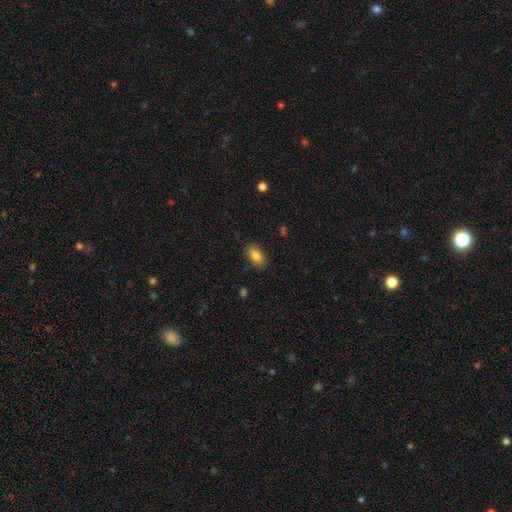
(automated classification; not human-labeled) This appears to be a smooth galaxy with no disk features (81%) that is in between round and cigar-shaped (91%). Merging: none (86%).